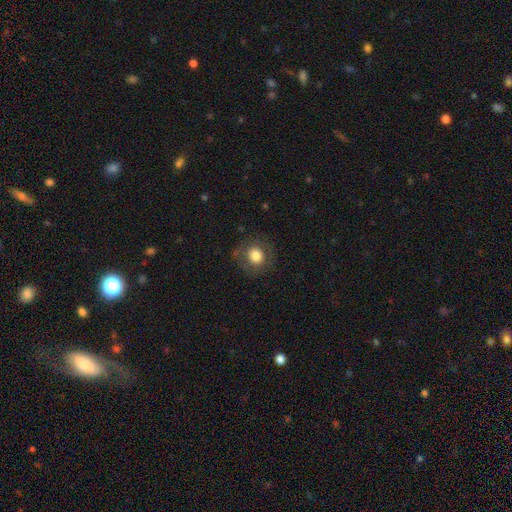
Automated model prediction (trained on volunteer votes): Smooth or featured? smooth (76%)
How rounded? round (88%)
Merging? none (82%)